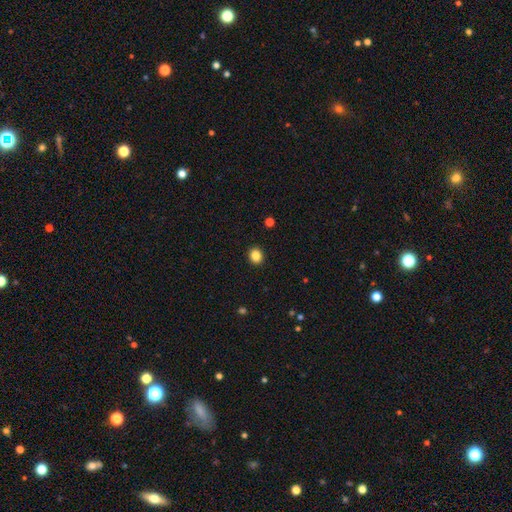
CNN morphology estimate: type=smooth (85%); roundness=round (71%); merging=none (92%).